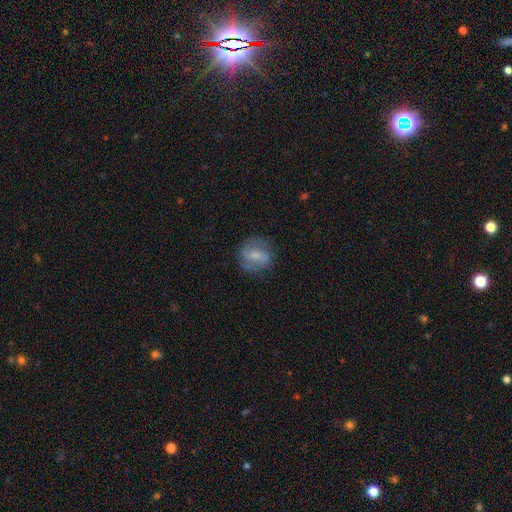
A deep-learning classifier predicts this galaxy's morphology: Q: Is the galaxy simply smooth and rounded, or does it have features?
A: smooth — 52%.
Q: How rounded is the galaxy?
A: round — 68%.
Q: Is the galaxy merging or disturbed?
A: none — 75%.